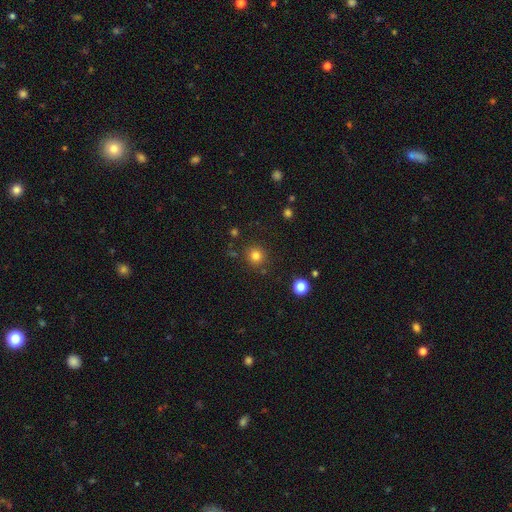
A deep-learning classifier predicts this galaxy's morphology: smooth-or-featured: smooth: 81% | star or artifact: 14% | featured or disk: 5%
  how-rounded: round: 92% | in between: 7% | cigar-shaped: 1%
  merging: none: 86% | minor disturbance: 8% | merger: 3% | major disturbance: 3%